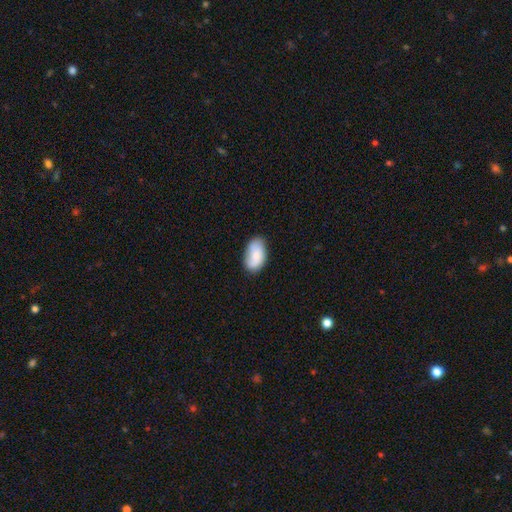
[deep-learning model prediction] The model was most divided on "merging": none: 72%, minor disturbance: 22%, major disturbance: 5%, merger: 2%. More confident: how rounded — in between (93%); smooth or featured — smooth (78%).